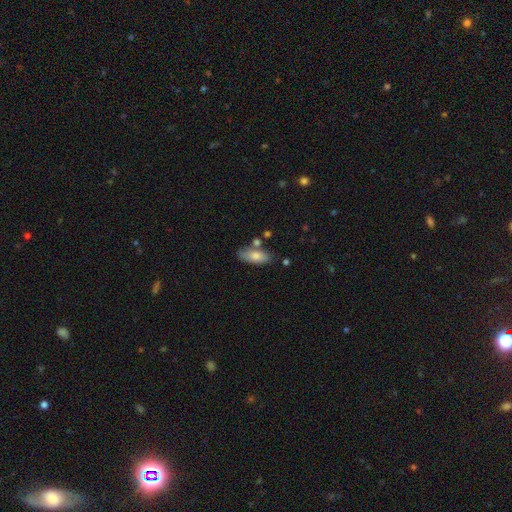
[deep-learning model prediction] smooth_or_featured: smooth (p=0.79) [alt: featured or disk p=0.14]
how_rounded: in between (p=0.85) [alt: cigar-shaped p=0.13]
merging: none (p=0.71) [alt: minor disturbance p=0.16]